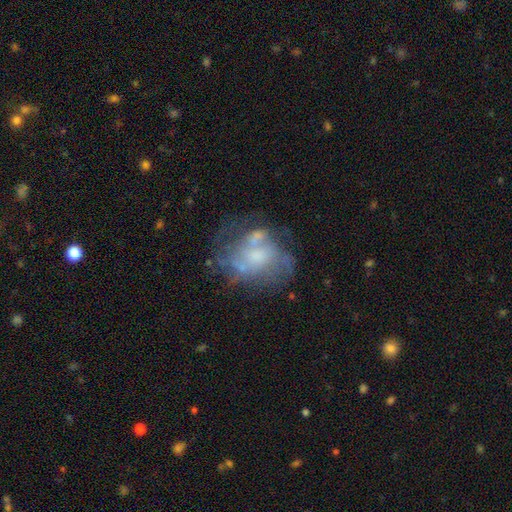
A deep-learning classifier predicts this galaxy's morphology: Smooth or featured?
  - featured or disk: 63% *
  - smooth: 25%
  - star or artifact: 12%
Edge-on disk?
  - no: 98% *
  - yes: 2%
Bar?
  - no: 77% *
  - weak: 20%
  - strong: 3%
Spiral arms?
  - no: 59% *
  - yes: 41%
Bulge size?
  - moderate: 37% *
  - small: 29%
  - none: 25%
  - large: 8%
  - dominant: 2%
Merging?
  - none: 43% *
  - major disturbance: 26%
  - minor disturbance: 21%
  - merger: 10%